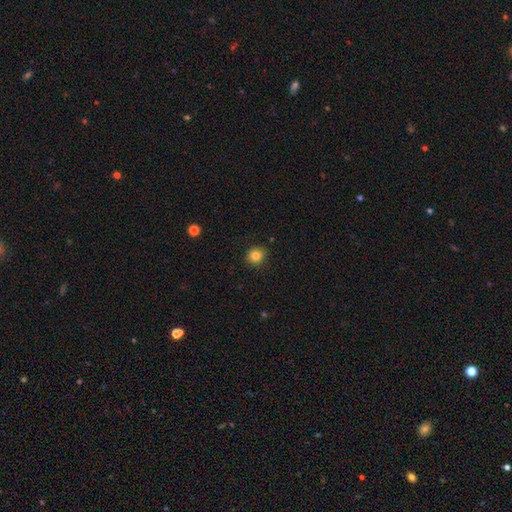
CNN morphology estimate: A smooth galaxy with no disk features (83%) that is round (83%). Merging: none (90%).